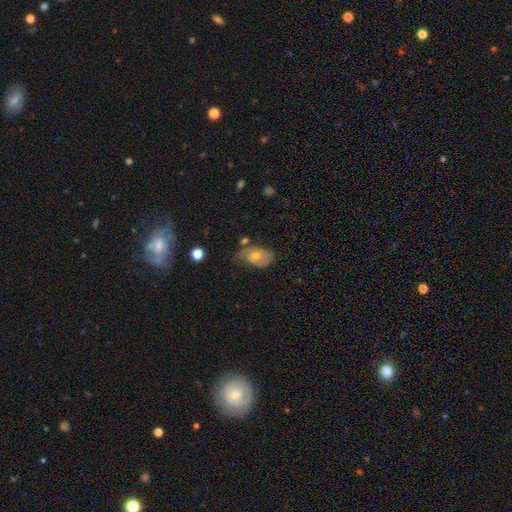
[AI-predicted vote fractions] Smooth or featured? Predicted: smooth (p=0.44, tied with featured or disk). Merging? Predicted: none (p=0.52).